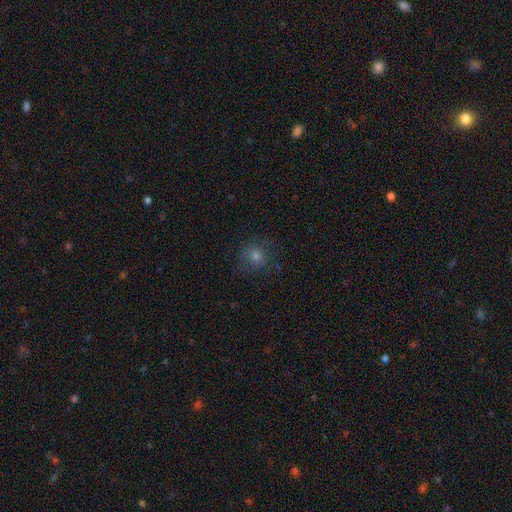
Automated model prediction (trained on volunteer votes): Overall: smooth (60%; star or artifact 24%). How rounded: round (88%). Merging: none (76%).